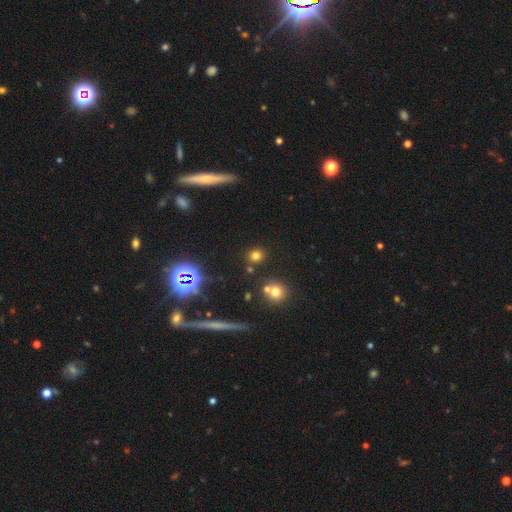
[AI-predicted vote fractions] Smooth or featured? Predicted: smooth (p=0.71). How rounded? Predicted: round (p=0.87). Merging? Predicted: none (p=0.82).